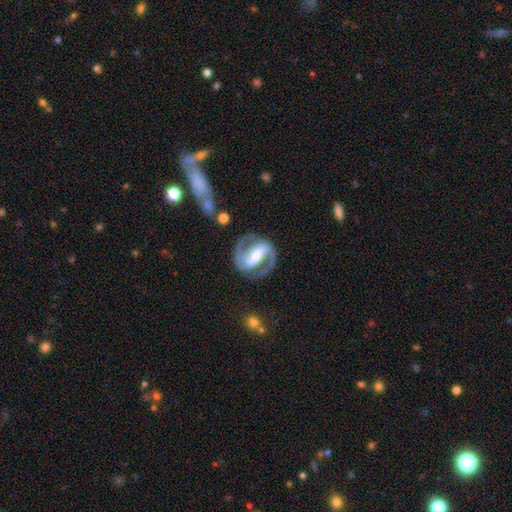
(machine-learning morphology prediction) The model was most divided on "bulge size": moderate: 55%, small: 32%, large: 9%, none: 3%, dominant: 1%. More confident: edge-on disk — no (97%); spiral arms — yes (97%); spiral arm count — 2 (93%); smooth or featured — featured or disk (91%); merging — none (81%); bar — strong (70%); spiral winding — medium (57%).